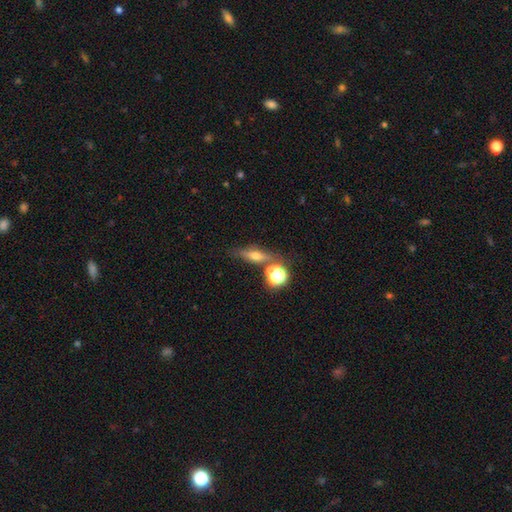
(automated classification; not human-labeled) Smooth or featured?
  - smooth: 45% *
  - featured or disk: 37%
  - star or artifact: 18%
Merging?
  - none: 66% *
  - merger: 16%
  - minor disturbance: 13%
  - major disturbance: 6%